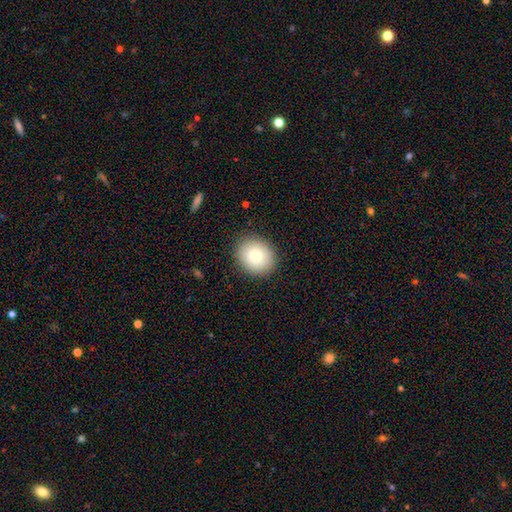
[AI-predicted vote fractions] smooth 80%, featured or disk 11%, star or artifact 9%. Down the decision tree: how rounded — round (71%); merging — none (89%).